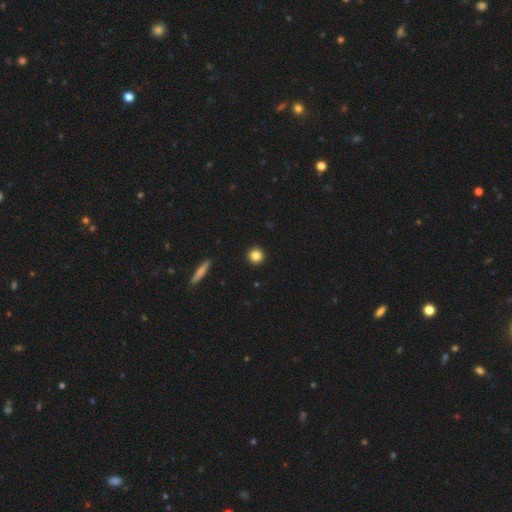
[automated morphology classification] Smooth or featured?
  - smooth: 84% *
  - star or artifact: 10%
  - featured or disk: 6%
How rounded?
  - round: 94% *
  - in between: 5%
  - cigar-shaped: 1%
Merging?
  - none: 92% *
  - minor disturbance: 5%
  - major disturbance: 1%
  - merger: 1%